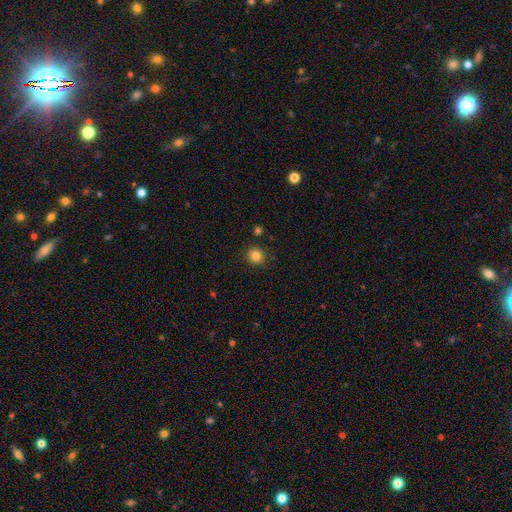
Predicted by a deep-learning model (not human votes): smooth 84%, star or artifact 12%, featured or disk 4%. Down the decision tree: how rounded — round (91%); merging — none (90%).